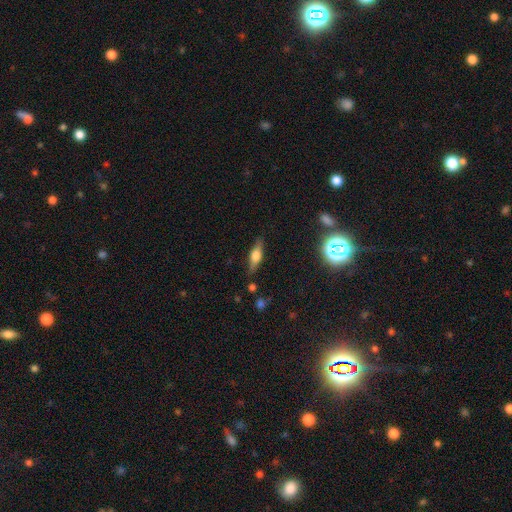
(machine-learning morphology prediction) Q: Smooth or featured?
A: smooth (47%); runner-up: featured or disk (44%)
Q: Merging?
A: none (82%); runner-up: minor disturbance (13%)